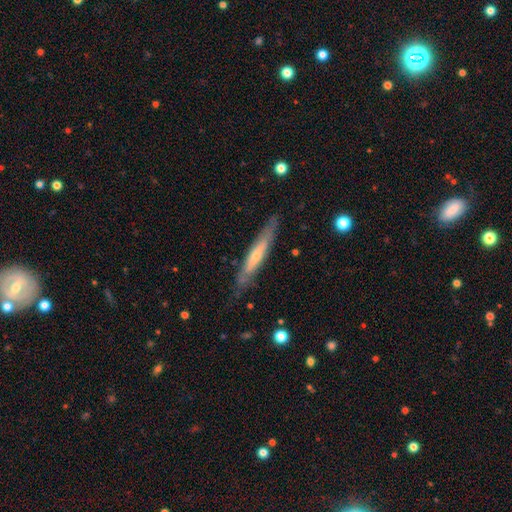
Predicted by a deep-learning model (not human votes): A featured or disk galaxy (58%) viewed edge-on (80%). Merging: none (79%).